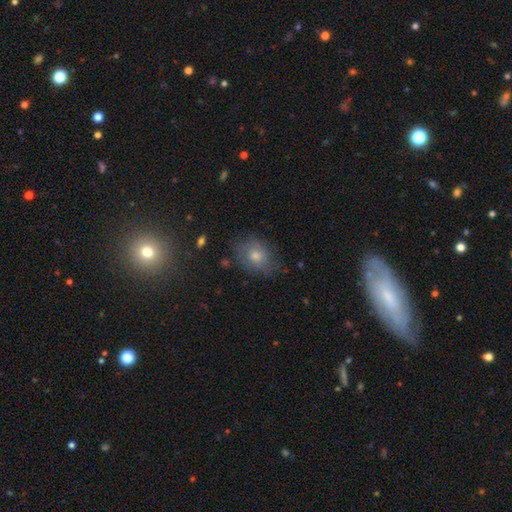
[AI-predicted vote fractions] Smooth or featured? Predicted: smooth (p=0.50). Merging? Predicted: none (p=0.70).